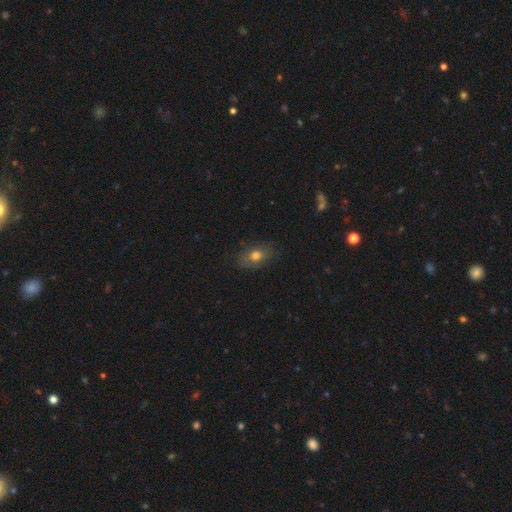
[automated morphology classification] A smooth galaxy with no disk features (71%) that is in between round and cigar-shaped (77%). Merging: none (77%).